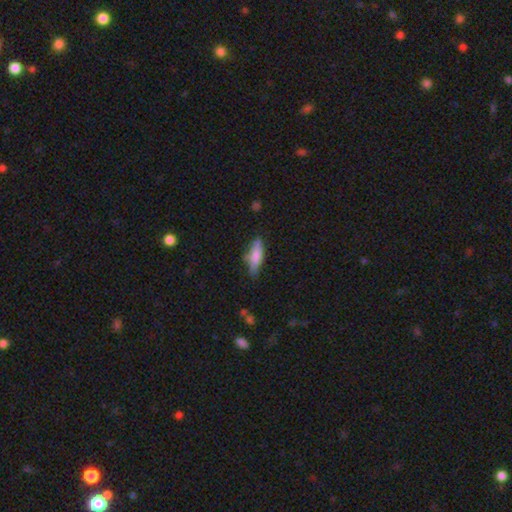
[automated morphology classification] A smooth galaxy with no disk features (74%) that is cigar-shaped (52%). Merging: none (68%).